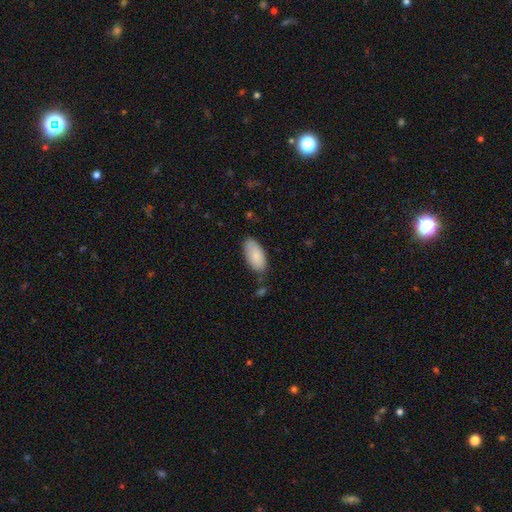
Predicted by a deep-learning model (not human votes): A smooth galaxy with no disk features (85%) that is in between round and cigar-shaped (92%).

Vote fractions:
- Smooth or featured? smooth: 85% / featured or disk: 8% / star or artifact: 6%
- How rounded? in between: 92% / cigar-shaped: 6% / round: 2%
- Merging? none: 77% / minor disturbance: 18% / major disturbance: 3% / merger: 3%